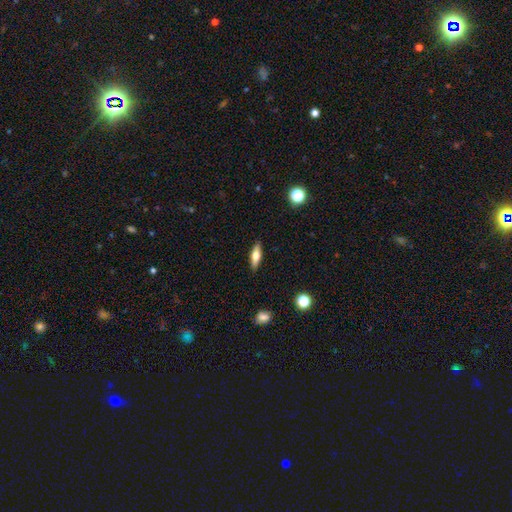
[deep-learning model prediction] Smooth or featured? smooth (55%)
How rounded? cigar-shaped (50%)
Merging? none (89%)